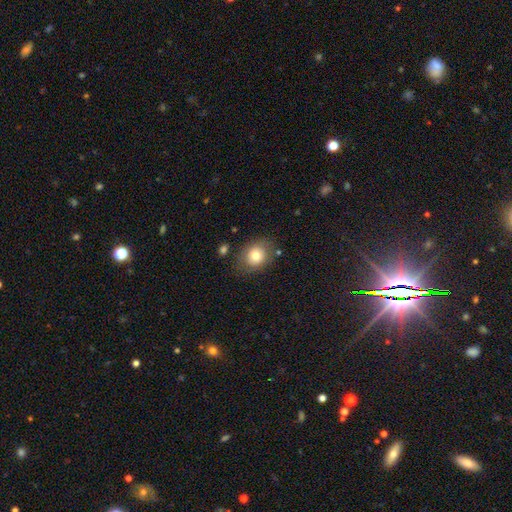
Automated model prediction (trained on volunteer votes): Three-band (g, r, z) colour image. It shows a smooth galaxy with no disk features (76%) that is round (55%). Merging: none (77%).